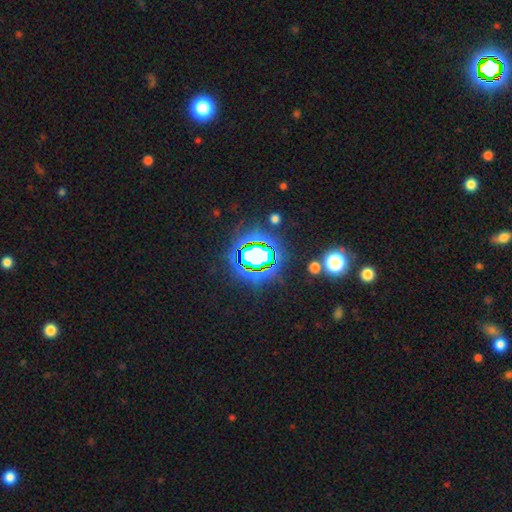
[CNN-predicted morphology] The model was most divided on "smooth or featured": star or artifact: 72%, smooth: 17%, featured or disk: 12%.